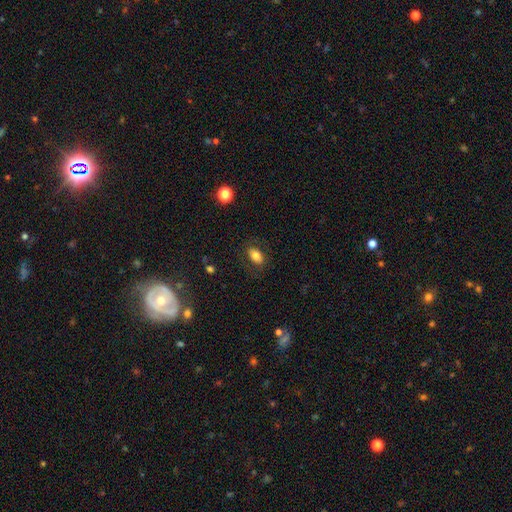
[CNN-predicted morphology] This is likely a smooth galaxy (77%). How rounded: clearly in between (86%). Merging: clearly none (81%).